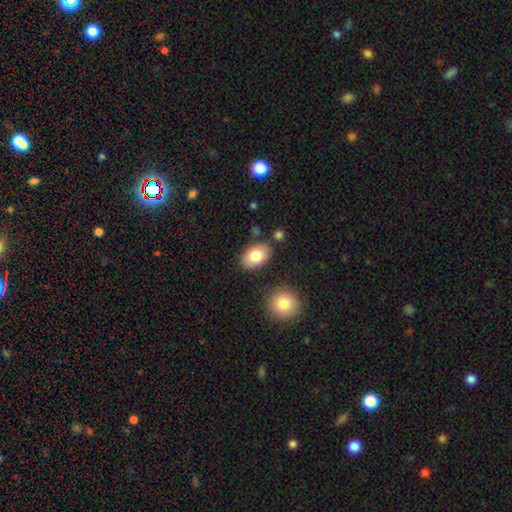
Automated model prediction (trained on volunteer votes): Smooth or featured?
  - smooth: 81% *
  - featured or disk: 12%
  - star or artifact: 7%
How rounded?
  - in between: 88% *
  - round: 10%
  - cigar-shaped: 1%
Merging?
  - none: 81% *
  - minor disturbance: 11%
  - merger: 6%
  - major disturbance: 3%